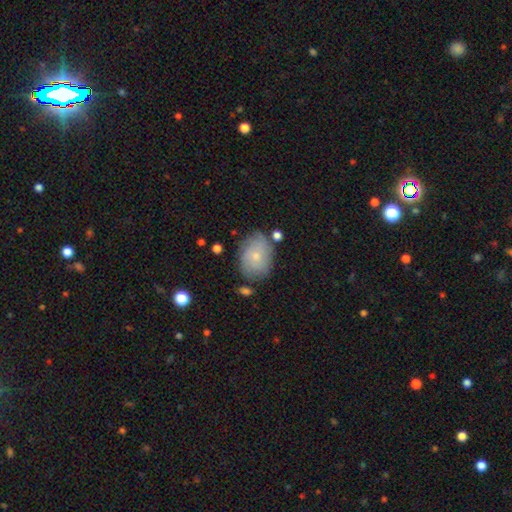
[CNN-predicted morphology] A smooth galaxy with no disk features (61%) that is in between round and cigar-shaped (73%). Merging: none (68%).